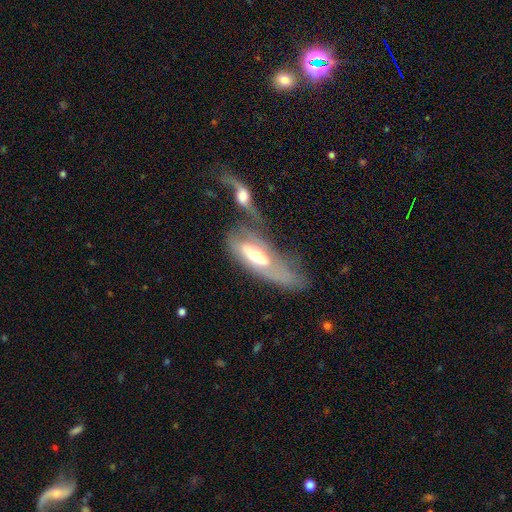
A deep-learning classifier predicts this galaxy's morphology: Smooth or featured? Predicted: featured or disk (p=0.58). Edge-on disk? Predicted: no (p=0.70). Merging? Predicted: merger (p=0.45).